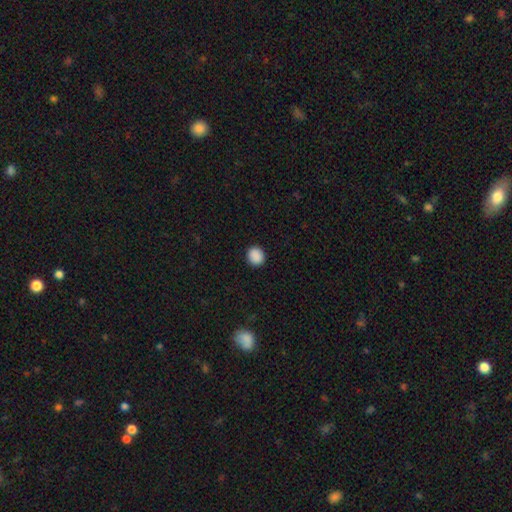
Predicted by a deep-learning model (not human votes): This is clearly a smooth galaxy (90%). How rounded: likely round (77%). Merging: clearly none (92%).